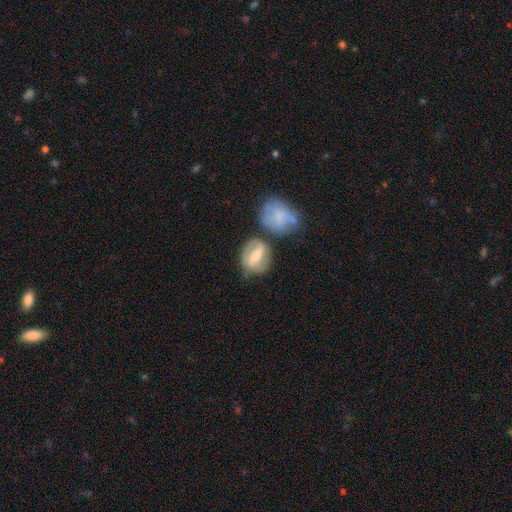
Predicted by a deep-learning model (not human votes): smooth_or_featured: featured or disk (p=0.59) [alt: smooth p=0.34]
disk_edge_on: no (p=0.94) [alt: yes p=0.06]
bar: strong (p=0.47) [alt: weak p=0.38]
has_spiral_arms: yes (p=0.71) [alt: no p=0.29]
bulge_size: moderate (p=0.48) [alt: small p=0.39]
merging: none (p=0.54) [alt: minor disturbance p=0.19]